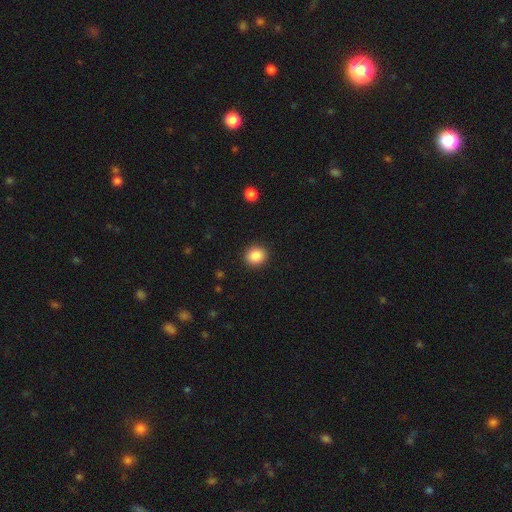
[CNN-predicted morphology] The model was most divided on "how rounded": round: 83%, in between: 16%, cigar-shaped: 1%. More confident: merging — none (91%); smooth or featured — smooth (87%).